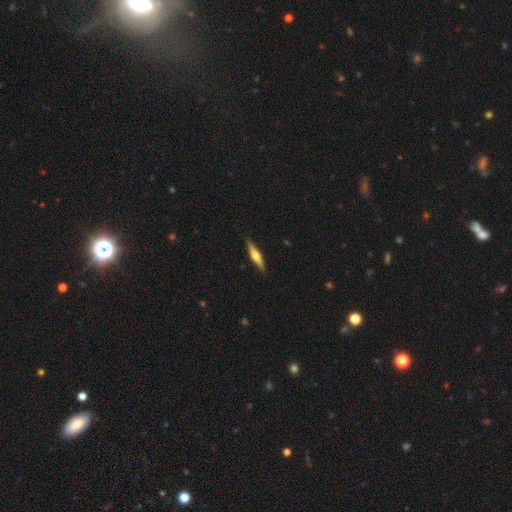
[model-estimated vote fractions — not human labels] Q: Smooth or featured?
A: featured or disk (57%); runner-up: smooth (37%)
Q: Edge-on disk?
A: yes (96%); runner-up: no (4%)
Q: Edge-on bulge?
A: rounded (89%); runner-up: boxy (6%)
Q: Merging?
A: none (89%); runner-up: minor disturbance (8%)